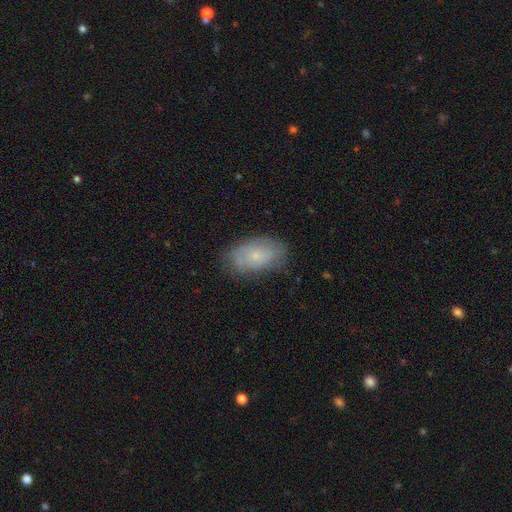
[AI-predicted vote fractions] This appears to be a smooth galaxy with no disk features (53%) that is in between round and cigar-shaped (91%). Merging: none (69%).